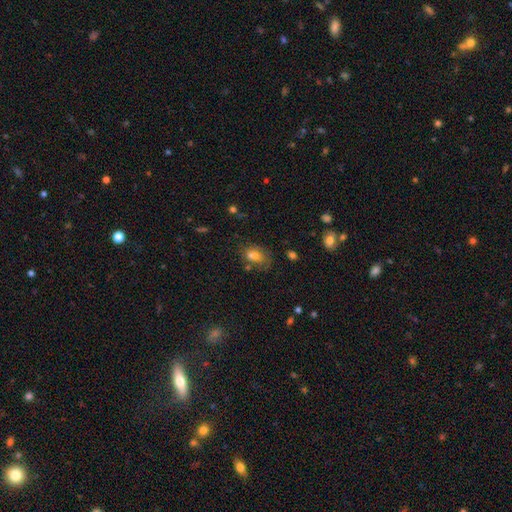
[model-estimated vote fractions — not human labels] This is likely a smooth galaxy (62%). How rounded: likely in between (79%). Merging: possibly none (54%).